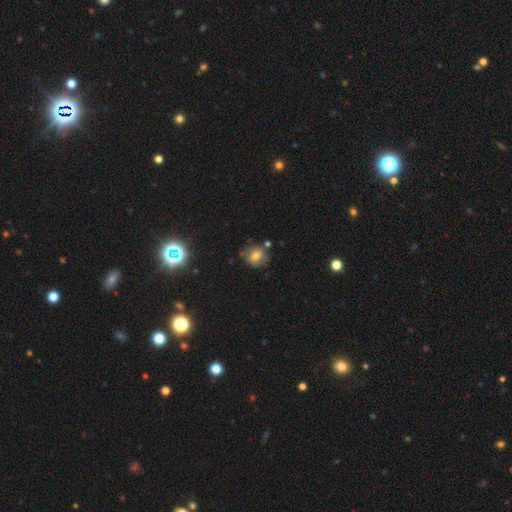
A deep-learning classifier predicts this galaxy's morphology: Q: Smooth or featured?
A: smooth (68%); runner-up: featured or disk (19%)
Q: How rounded?
A: round (71%); runner-up: in between (28%)
Q: Merging?
A: none (71%); runner-up: minor disturbance (18%)